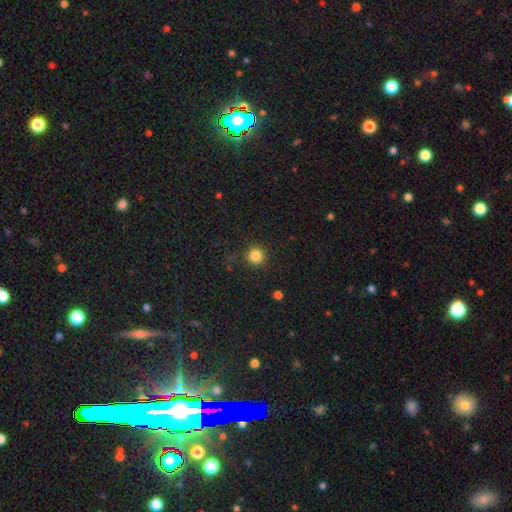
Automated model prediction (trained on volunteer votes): Smooth or featured: smooth — 84% (star or artifact — 12%)
How rounded: round — 95% (in between — 4%)
Merging: none — 87% (minor disturbance — 8%)